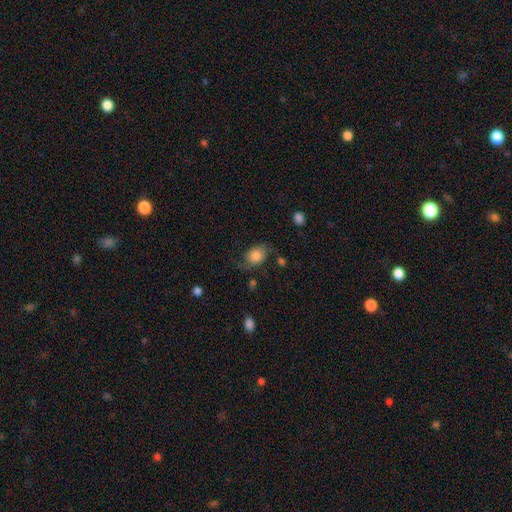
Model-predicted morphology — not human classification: smooth-or-featured: smooth: 65% | featured or disk: 25% | star or artifact: 9%
  how-rounded: in between: 56% | round: 42% | cigar-shaped: 1%
  merging: none: 58% | minor disturbance: 25% | major disturbance: 14% | merger: 3%